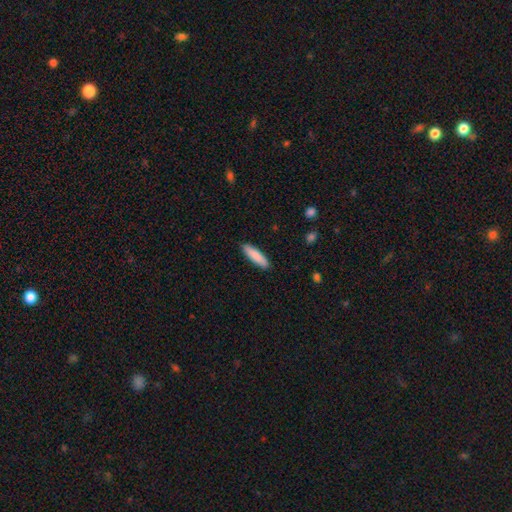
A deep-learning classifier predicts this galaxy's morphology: This is clearly a smooth galaxy (86%). How rounded: likely cigar-shaped (73%). Merging: clearly none (90%).